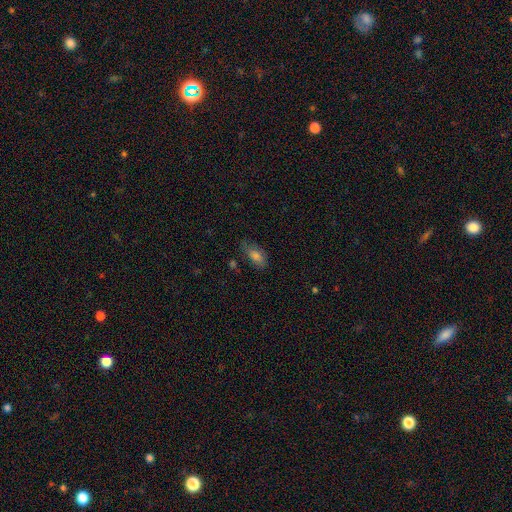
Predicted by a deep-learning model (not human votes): Smooth or featured? smooth (71%)
How rounded? in between (86%)
Merging? none (65%)